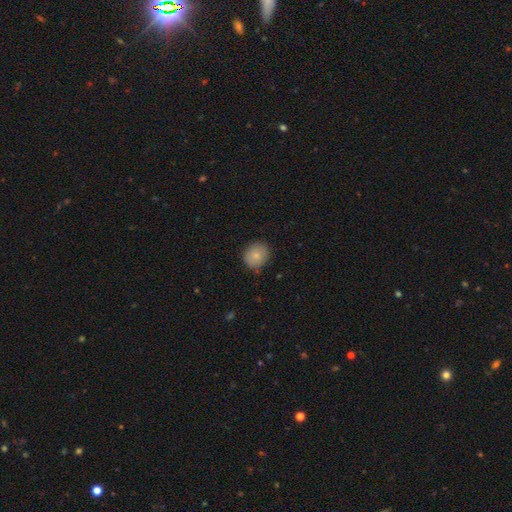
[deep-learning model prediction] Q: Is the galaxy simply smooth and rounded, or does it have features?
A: smooth — 83%.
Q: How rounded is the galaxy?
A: round — 77%.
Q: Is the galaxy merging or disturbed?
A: none — 79%.